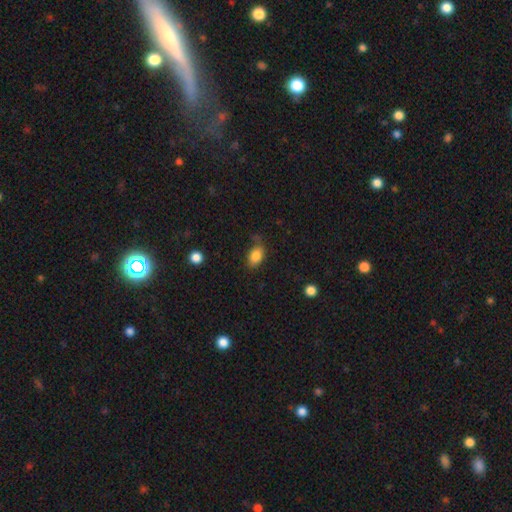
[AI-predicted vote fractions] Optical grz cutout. It shows a smooth galaxy with no disk features (85%) that is in between round and cigar-shaped (83%). Merging: none (67%).